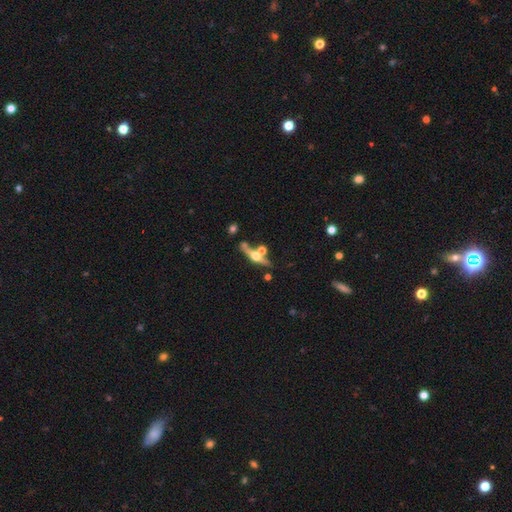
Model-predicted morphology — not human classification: Q: Smooth or featured?
A: featured or disk (71%); runner-up: smooth (21%)
Q: Edge-on disk?
A: yes (95%); runner-up: no (5%)
Q: Edge-on bulge?
A: rounded (93%); runner-up: boxy (4%)
Q: Merging?
A: none (66%); runner-up: merger (18%)